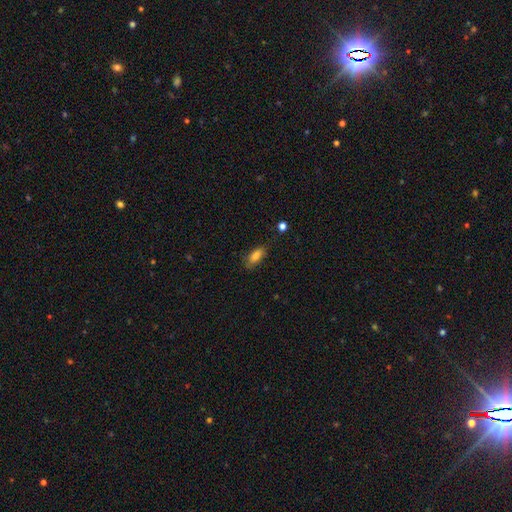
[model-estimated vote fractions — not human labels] Morphology: type=smooth (80%); roundness=in between (76%); merging=none (74%).